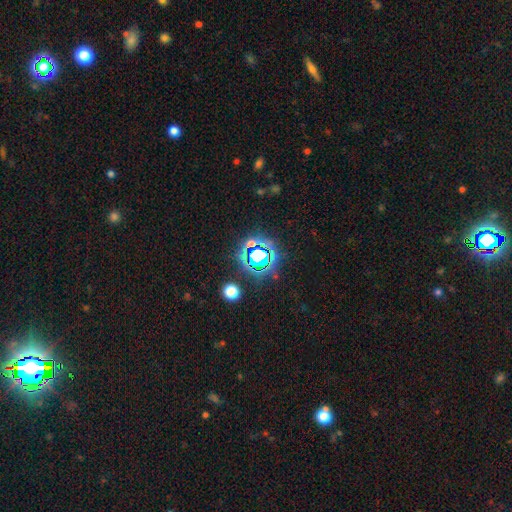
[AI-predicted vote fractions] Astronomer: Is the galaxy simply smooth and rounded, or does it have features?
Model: star or artifact — 79%.